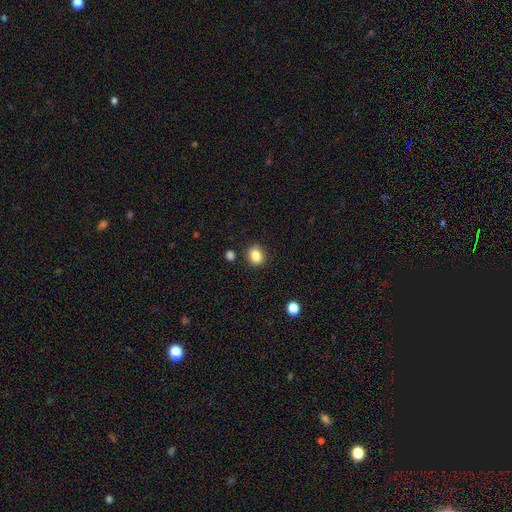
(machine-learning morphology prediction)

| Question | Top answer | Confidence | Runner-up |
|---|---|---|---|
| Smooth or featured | smooth | 85% | star or artifact (10%) |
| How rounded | round | 66% | in between (33%) |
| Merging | none | 85% | minor disturbance (9%) |